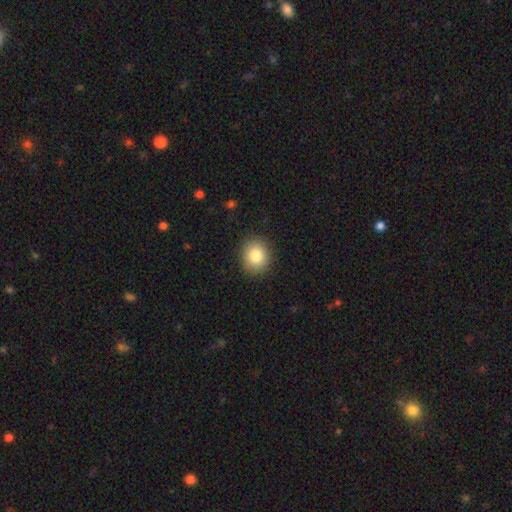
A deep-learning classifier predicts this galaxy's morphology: Smooth or featured? Predicted: smooth (p=0.84). How rounded? Predicted: round (p=0.74). Merging? Predicted: none (p=0.89).